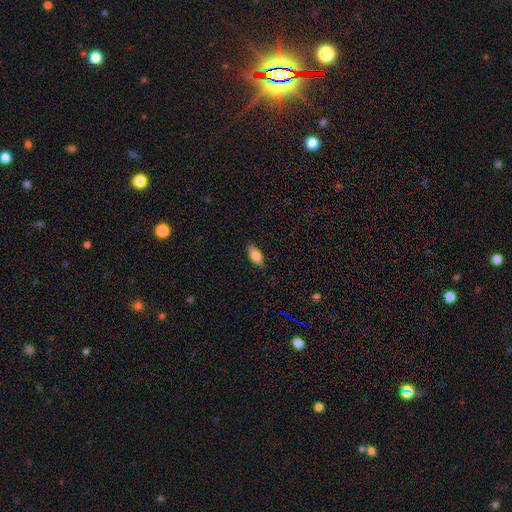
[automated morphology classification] smooth 82%, featured or disk 11%, star or artifact 7%. Down the decision tree: how rounded — in between (84%); merging — none (84%).